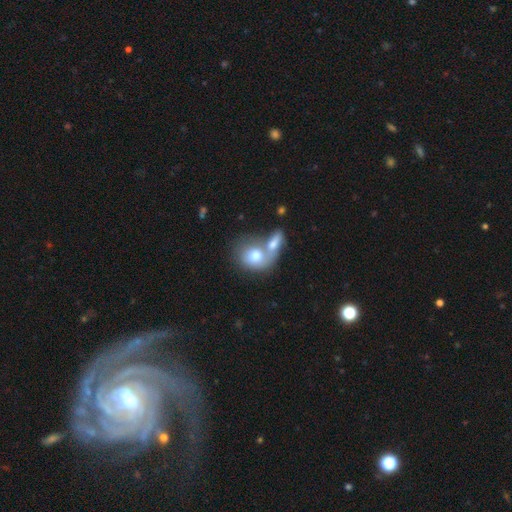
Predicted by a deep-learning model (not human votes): A smooth galaxy with no disk features (72%) that is round (49%, tied with in between). Merging: merger (68%).